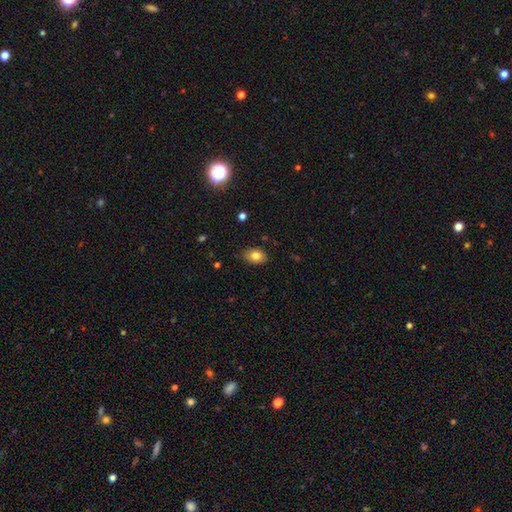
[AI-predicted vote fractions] smooth 80%, featured or disk 11%, star or artifact 9%. Down the decision tree: how rounded — in between (82%); merging — none (83%).